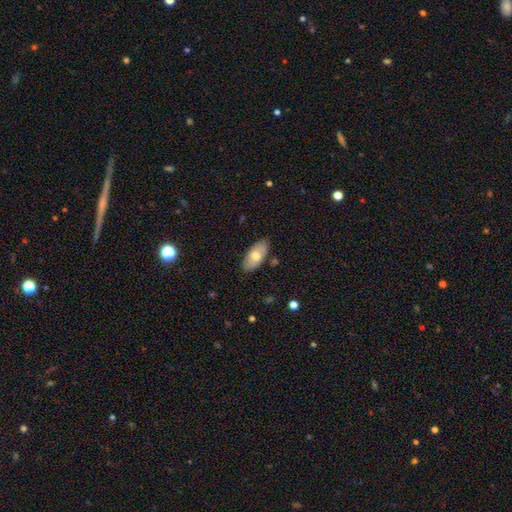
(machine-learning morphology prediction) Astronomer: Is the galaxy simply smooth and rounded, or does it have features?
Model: smooth — 66%.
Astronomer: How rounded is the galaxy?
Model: in between — 92%.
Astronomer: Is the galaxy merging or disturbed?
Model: none — 83%.